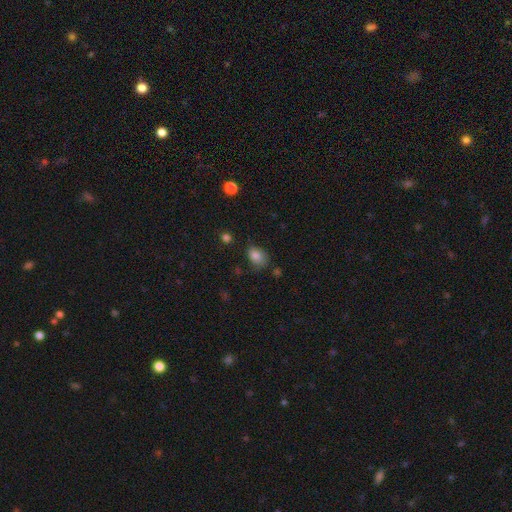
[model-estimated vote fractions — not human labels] smooth 82%, star or artifact 10%, featured or disk 8%. Down the decision tree: how rounded — in between (77%); merging — none (69%).